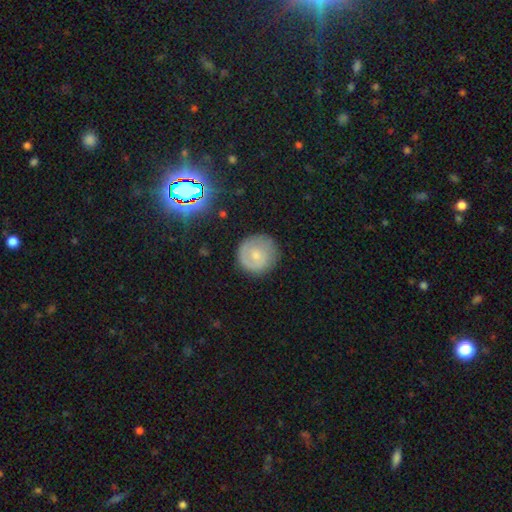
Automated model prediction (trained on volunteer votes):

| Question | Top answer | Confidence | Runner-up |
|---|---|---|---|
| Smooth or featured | smooth | 59% | featured or disk (32%) |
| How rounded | round | 93% | in between (6%) |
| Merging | none | 80% | minor disturbance (14%) |